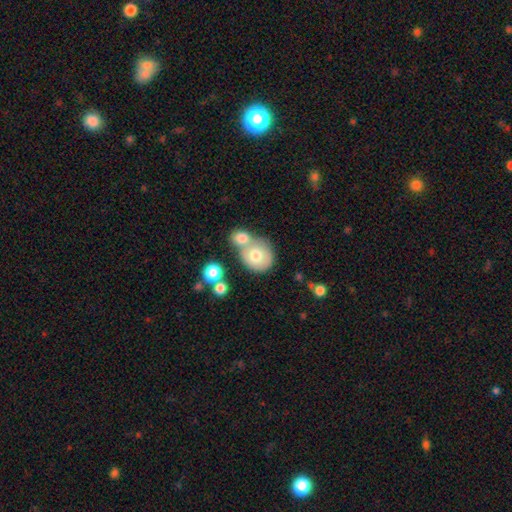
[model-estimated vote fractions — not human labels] Smooth or featured?
  - smooth: 72% *
  - featured or disk: 20%
  - star or artifact: 8%
How rounded?
  - round: 75% *
  - in between: 24%
  - cigar-shaped: 1%
Merging?
  - merger: 52% *
  - none: 34%
  - minor disturbance: 10%
  - major disturbance: 4%